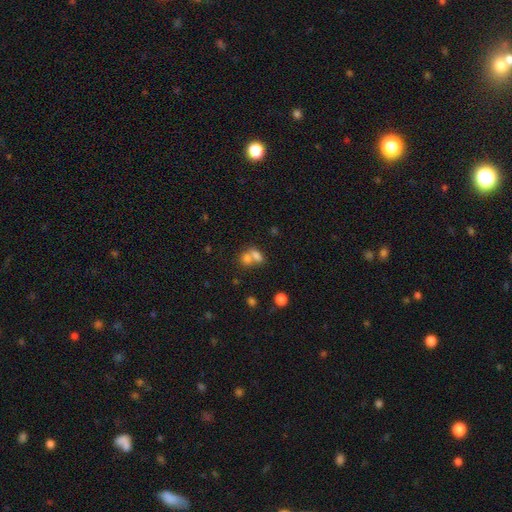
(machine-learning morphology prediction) Smooth or featured? smooth (75%)
How rounded? in between (70%)
Merging? merger (63%)